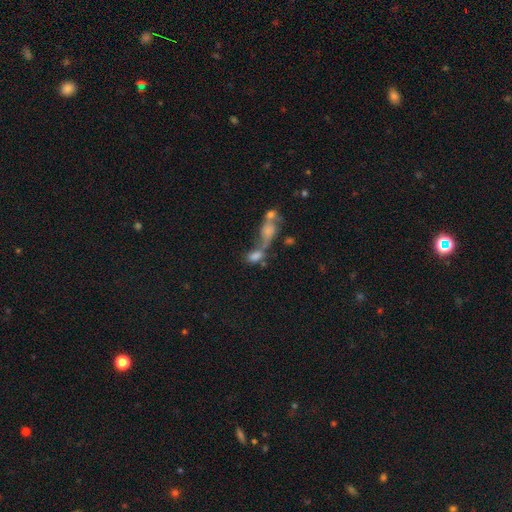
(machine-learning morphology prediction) smooth 64%, featured or disk 20%, star or artifact 16%. Down the decision tree: how rounded — in between (76%); merging — merger (60%).